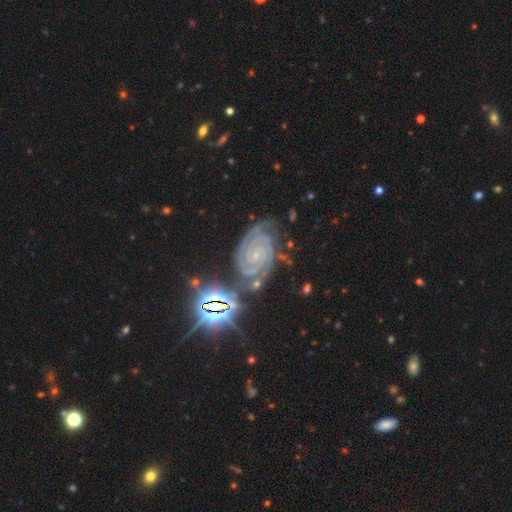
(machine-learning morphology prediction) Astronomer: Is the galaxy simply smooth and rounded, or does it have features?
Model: featured or disk — 67%.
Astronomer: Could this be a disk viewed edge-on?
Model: no — 96%.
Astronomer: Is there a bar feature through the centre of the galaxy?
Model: no — 64%.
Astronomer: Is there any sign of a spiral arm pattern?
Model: yes — 96%.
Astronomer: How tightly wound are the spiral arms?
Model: tight — 74%.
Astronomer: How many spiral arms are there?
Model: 2 — 28% (runner-up: can't tell, 27%).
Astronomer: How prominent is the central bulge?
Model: small — 80%.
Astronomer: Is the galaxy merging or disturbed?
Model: none — 66%.